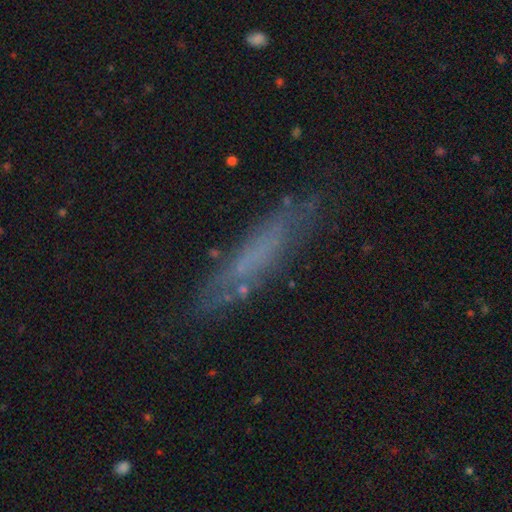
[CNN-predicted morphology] A smooth galaxy with no disk features (44%). Merging: none (75%).